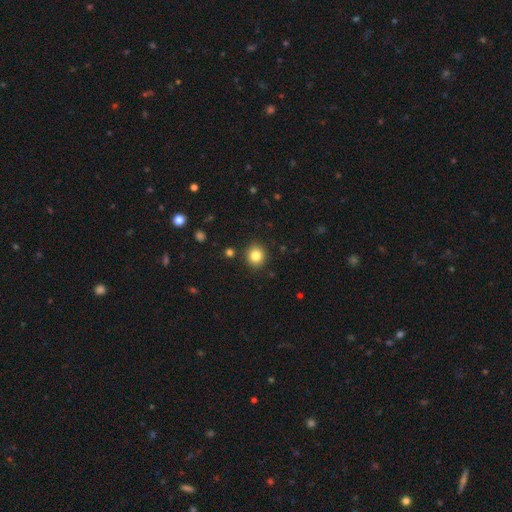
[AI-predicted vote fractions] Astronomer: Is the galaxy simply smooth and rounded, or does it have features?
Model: smooth — 83%.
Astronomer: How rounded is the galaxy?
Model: round — 87%.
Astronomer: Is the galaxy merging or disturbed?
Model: none — 90%.